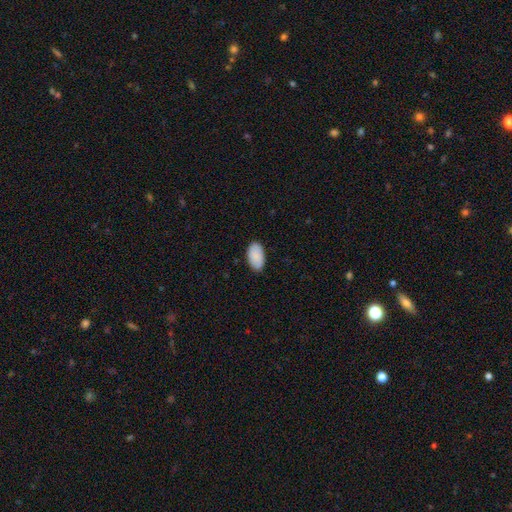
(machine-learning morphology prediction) A smooth galaxy with no disk features (88%) that is in between round and cigar-shaped (95%).

Vote fractions:
- Smooth or featured? smooth: 88% / star or artifact: 6% / featured or disk: 6%
- How rounded? in between: 95% / round: 3% / cigar-shaped: 1%
- Merging? none: 86% / minor disturbance: 11% / major disturbance: 2% / merger: 1%